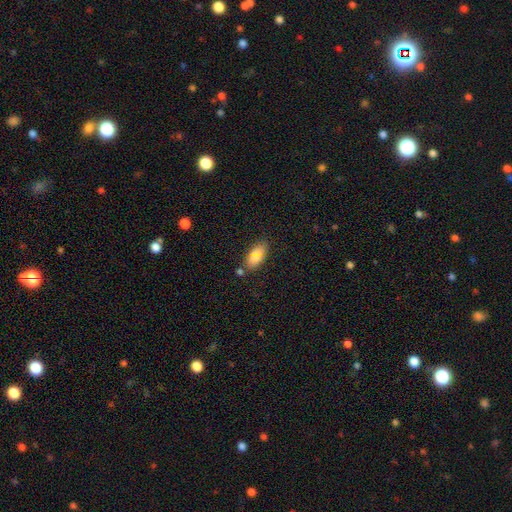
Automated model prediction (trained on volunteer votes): Q: Smooth or featured?
A: smooth (77%); runner-up: featured or disk (12%)
Q: How rounded?
A: in between (87%); runner-up: cigar-shaped (9%)
Q: Merging?
A: none (74%); runner-up: minor disturbance (15%)